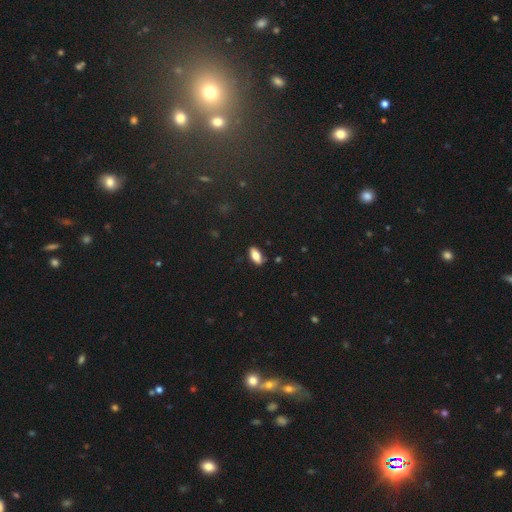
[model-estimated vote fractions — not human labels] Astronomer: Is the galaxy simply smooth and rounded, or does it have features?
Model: smooth — 75%.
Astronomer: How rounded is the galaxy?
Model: in between — 89%.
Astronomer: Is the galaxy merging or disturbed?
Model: none — 81%.